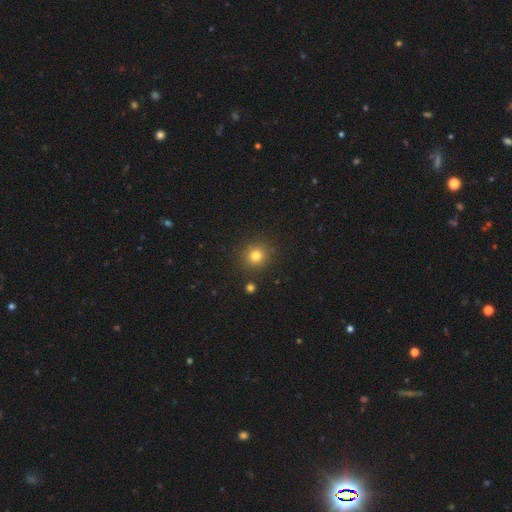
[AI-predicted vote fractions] Smooth or featured? smooth (79%)
How rounded? round (91%)
Merging? none (87%)